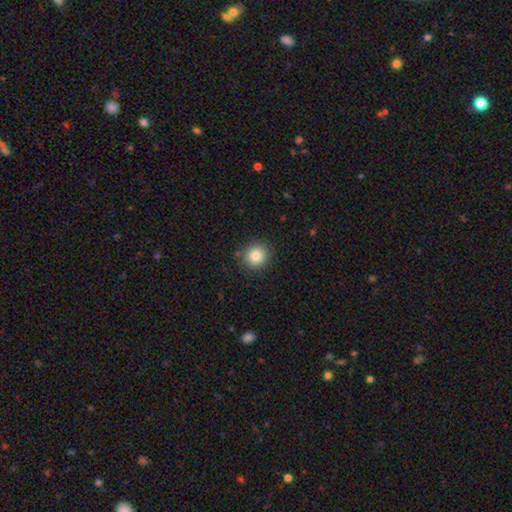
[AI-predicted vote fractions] This is clearly a smooth galaxy (83%). How rounded: clearly round (89%). Merging: clearly none (88%).